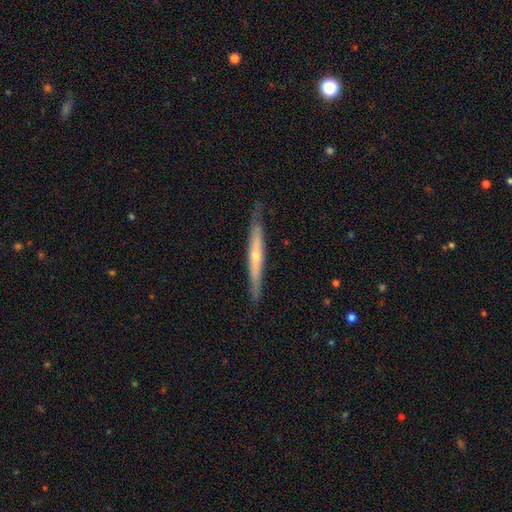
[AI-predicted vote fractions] featured or disk 63%, smooth 32%, star or artifact 6%. Down the decision tree: edge-on disk — yes (93%); edge-on bulge — rounded (63%); merging — none (82%).